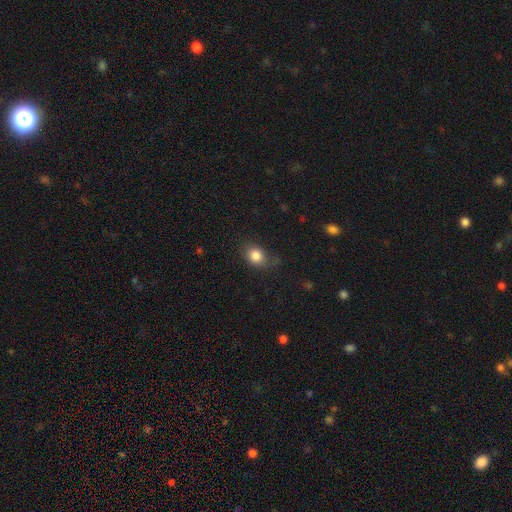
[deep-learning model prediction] Q: Smooth or featured?
A: smooth (83%); runner-up: star or artifact (10%)
Q: How rounded?
A: round (55%); runner-up: in between (43%)
Q: Merging?
A: none (67%); runner-up: minor disturbance (23%)